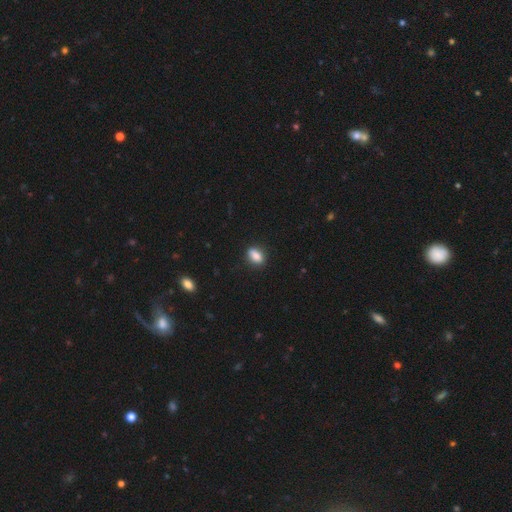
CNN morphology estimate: Smooth or featured? Predicted: smooth (p=0.83). How rounded? Predicted: in between (p=0.78). Merging? Predicted: none (p=0.84).